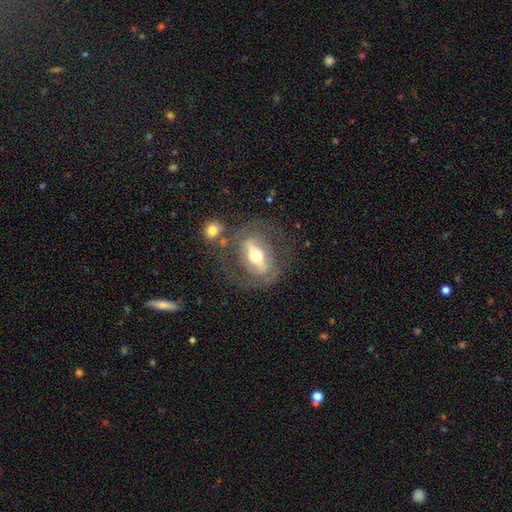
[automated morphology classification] Smooth or featured: featured or disk — 74% (smooth — 20%)
Edge-on disk: no — 79% (yes — 21%)
Bar: strong — 69% (weak — 19%)
Spiral arms: no — 51% (yes — 49%)
Bulge size: moderate — 71% (small — 14%)
Merging: none — 66% (minor disturbance — 14%)